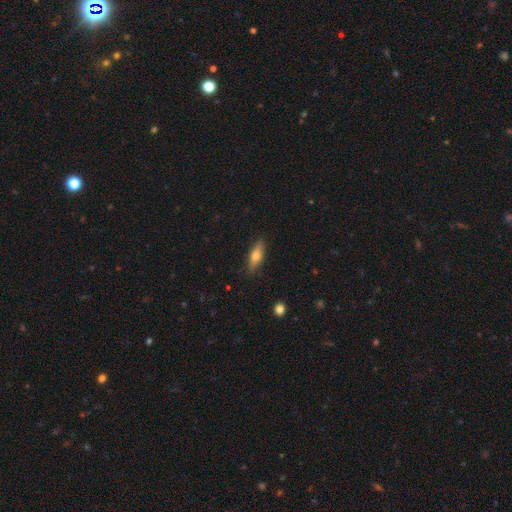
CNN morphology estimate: This is likely a smooth galaxy (61%). How rounded: possibly in between (51%). Merging: clearly none (85%).